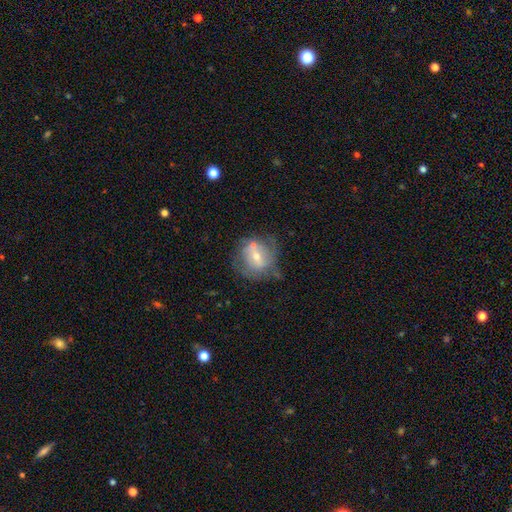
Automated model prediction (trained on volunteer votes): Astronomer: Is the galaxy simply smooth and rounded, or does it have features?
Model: featured or disk — 51% (runner-up: smooth, 39%).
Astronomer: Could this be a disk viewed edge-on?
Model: no — 95%.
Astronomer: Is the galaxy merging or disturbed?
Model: none — 48%.